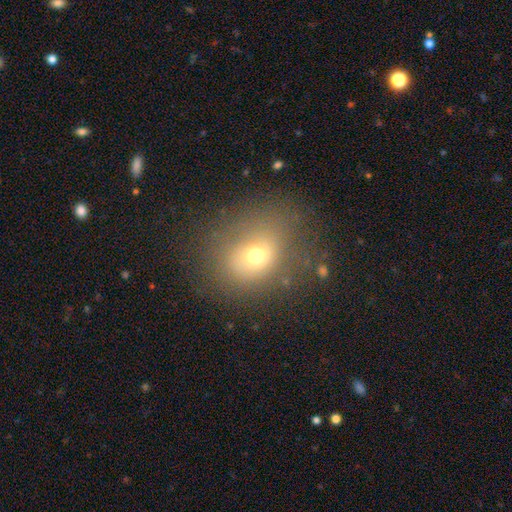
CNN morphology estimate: This appears to be a smooth galaxy with no disk features (63%) that is round (58%). Merging: none (67%).